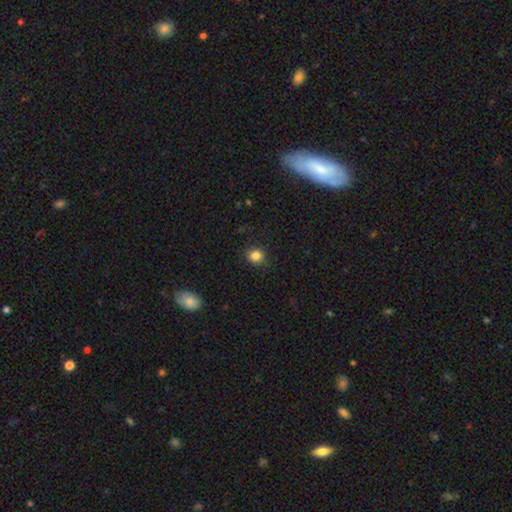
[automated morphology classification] Smooth or featured? smooth (85%)
How rounded? round (82%)
Merging? none (89%)